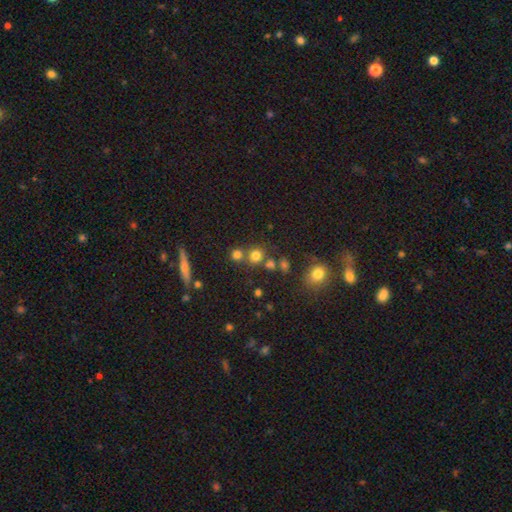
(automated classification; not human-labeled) The model was most divided on "merging": none: 63%, merger: 25%, minor disturbance: 8%, major disturbance: 4%. More confident: how rounded — round (87%); smooth or featured — smooth (73%).